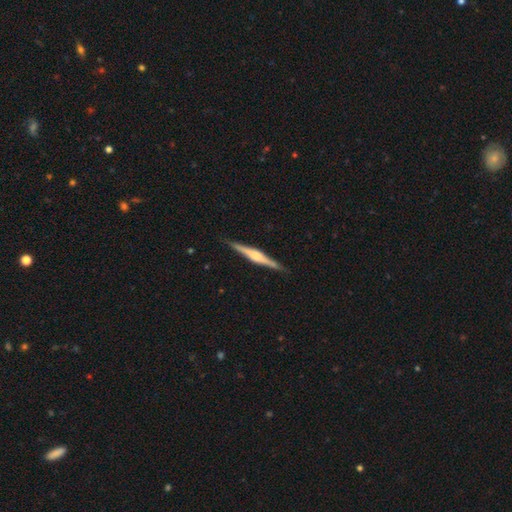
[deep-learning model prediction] A featured or disk galaxy (78%) viewed edge-on (98%) with a rounded central bulge (72%).

Vote fractions:
- Smooth or featured? featured or disk: 78% / smooth: 17% / star or artifact: 5%
- Edge-on disk? yes: 98% / no: 2%
- Edge-on bulge? rounded: 72% / boxy: 21% / none: 6%
- Merging? none: 91% / minor disturbance: 7% / major disturbance: 1% / merger: 1%